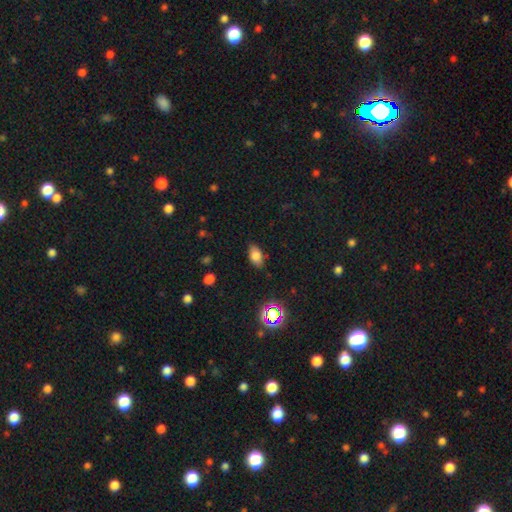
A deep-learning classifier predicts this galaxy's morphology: type=smooth (77%); roundness=in between (90%); merging=none (83%).